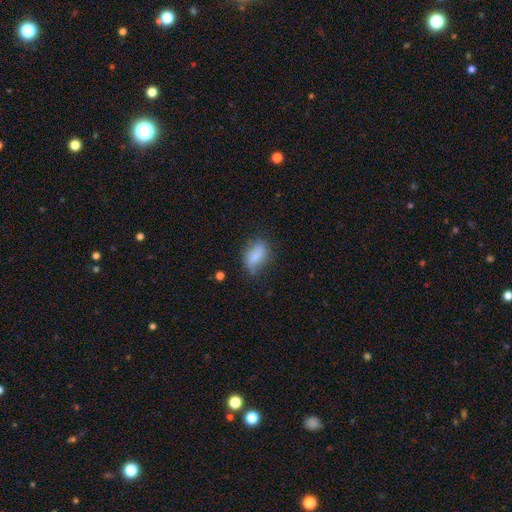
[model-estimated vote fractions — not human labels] Morphology: type=smooth (78%); roundness=in between (86%); merging=none (57%).